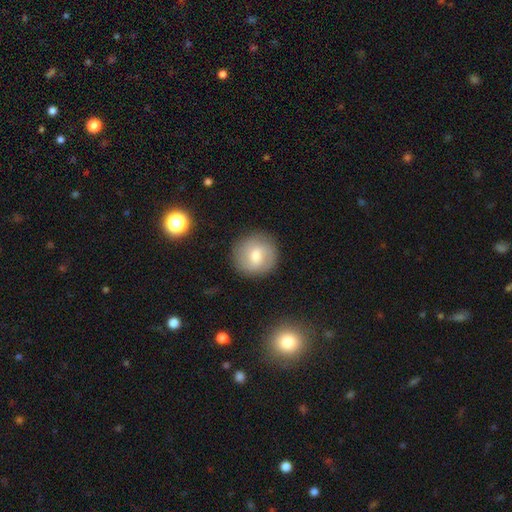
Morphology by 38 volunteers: A smooth galaxy with no disk features (82%) that is round (97%).

Vote fractions:
- Smooth or featured? smooth: 82% / featured or disk: 16% / star or artifact: 3%
- How rounded? round: 97% / in between: 3% / cigar-shaped: 0%
- Merging? none: 84% / minor disturbance: 16% / major disturbance: 0% / merger: 0%